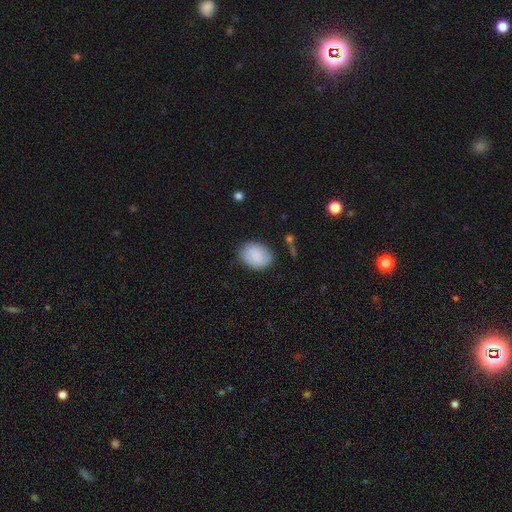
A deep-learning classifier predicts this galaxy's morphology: Smooth or featured? smooth (84%)
How rounded? in between (72%)
Merging? none (80%)